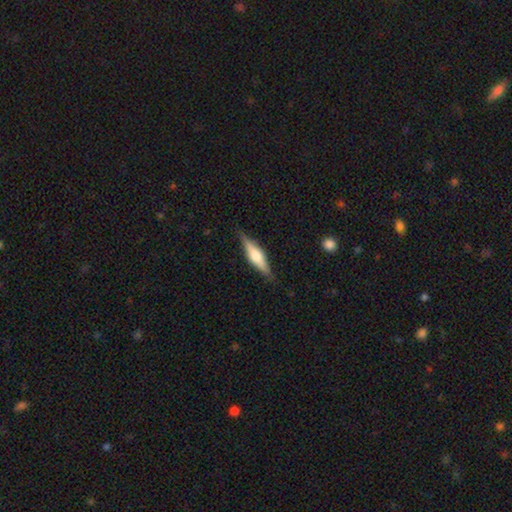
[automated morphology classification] Smooth or featured? featured or disk (56%)
Edge-on disk? yes (95%)
Edge-on bulge? rounded (81%)
Merging? none (86%)